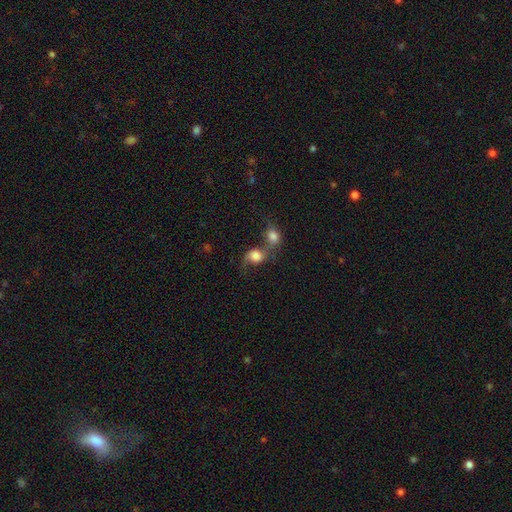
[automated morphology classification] This is likely a smooth galaxy (68%). How rounded: likely round (60%). Merging: likely merger (66%).